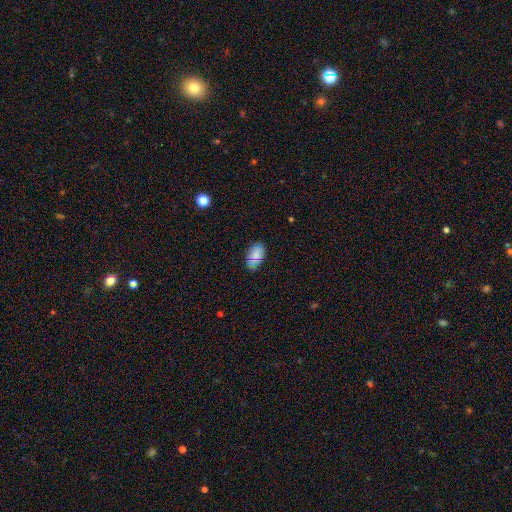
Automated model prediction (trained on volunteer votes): Smooth or featured? Predicted: smooth (p=0.74). How rounded? Predicted: in between (p=0.91). Merging? Predicted: none (p=0.82).